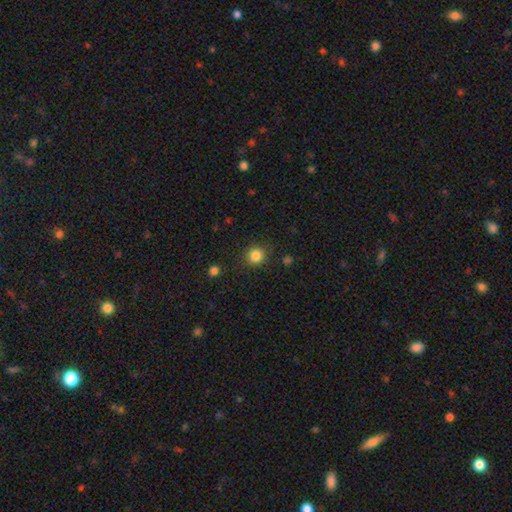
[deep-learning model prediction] Smooth or featured? smooth (84%)
How rounded? round (91%)
Merging? none (86%)